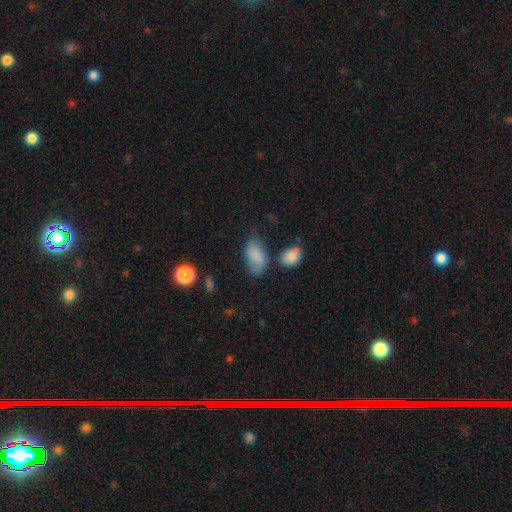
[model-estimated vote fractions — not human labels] This appears to be a smooth galaxy with no disk features (81%) that is in between round and cigar-shaped (93%). Merging: none (64%).